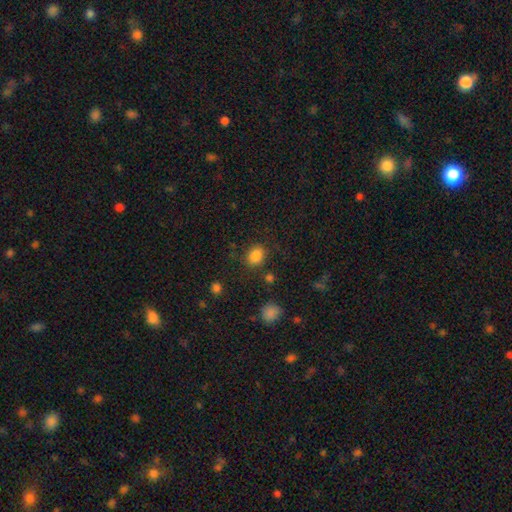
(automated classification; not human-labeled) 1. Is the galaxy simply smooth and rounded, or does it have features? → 84% smooth, 11% star or artifact, 5% featured or disk.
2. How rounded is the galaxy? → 51% in between, 48% round, 1% cigar-shaped.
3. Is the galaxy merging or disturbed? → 78% none, 13% minor disturbance, 5% major disturbance, 4% merger.